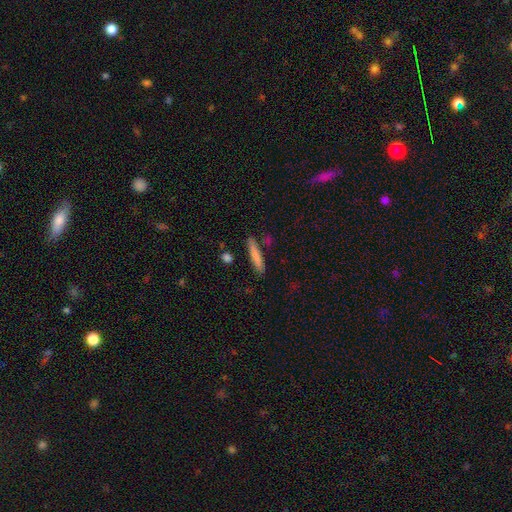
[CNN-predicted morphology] Smooth or featured: smooth — 79% (featured or disk — 15%)
How rounded: cigar-shaped — 91% (in between — 7%)
Merging: none — 84% (minor disturbance — 10%)